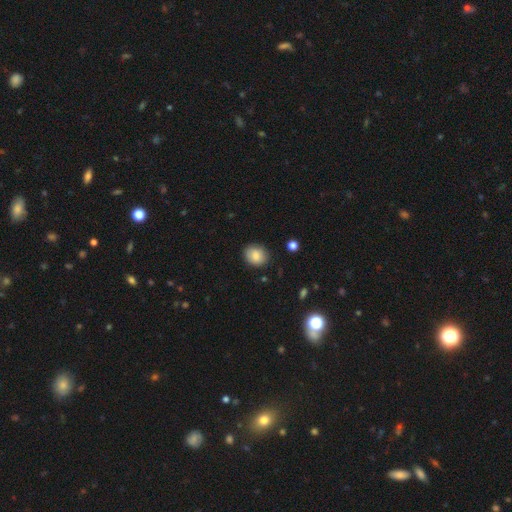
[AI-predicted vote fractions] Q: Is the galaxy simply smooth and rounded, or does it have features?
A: smooth — 86%.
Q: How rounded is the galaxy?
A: round — 59%.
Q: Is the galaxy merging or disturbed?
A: none — 84%.